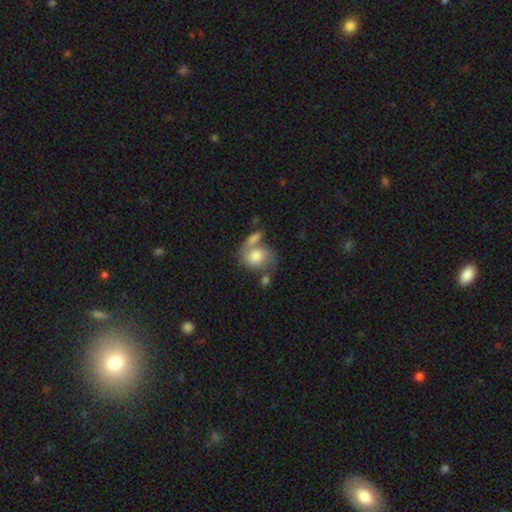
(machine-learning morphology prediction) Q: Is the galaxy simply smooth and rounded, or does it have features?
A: smooth — 65%.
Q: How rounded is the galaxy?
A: round — 49%, tied with in between.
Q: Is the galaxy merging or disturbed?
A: merger — 42%.